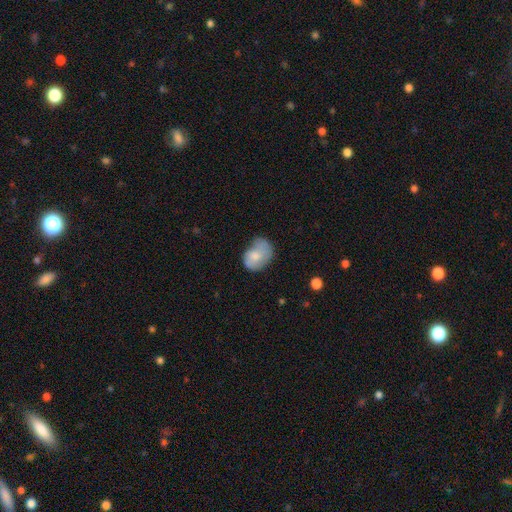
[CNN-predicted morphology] type=smooth (67%); roundness=in between (72%); merging=minor disturbance (39%).